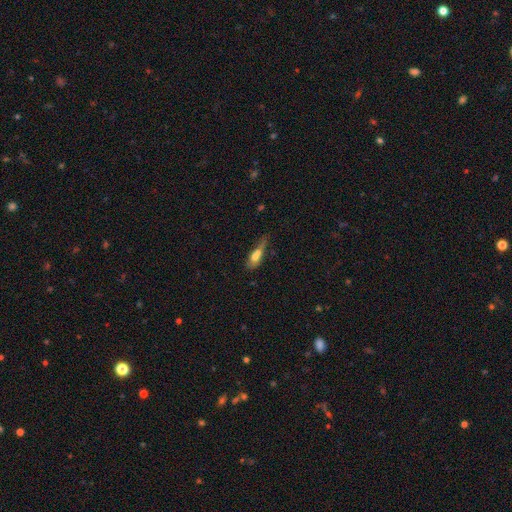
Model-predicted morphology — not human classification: Q: Smooth or featured?
A: smooth (61%); runner-up: featured or disk (28%)
Q: How rounded?
A: in between (54%); runner-up: cigar-shaped (39%)
Q: Merging?
A: none (28%); runner-up: minor disturbance (26%)